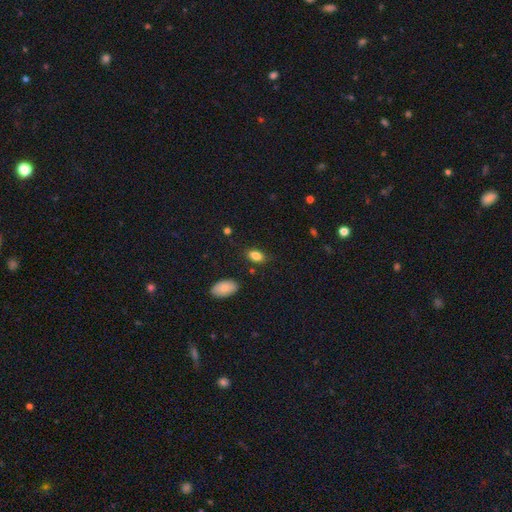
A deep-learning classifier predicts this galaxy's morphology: smooth-or-featured: smooth: 85% | star or artifact: 9% | featured or disk: 6%
  how-rounded: in between: 90% | round: 7% | cigar-shaped: 3%
  merging: none: 81% | minor disturbance: 13% | major disturbance: 3% | merger: 2%